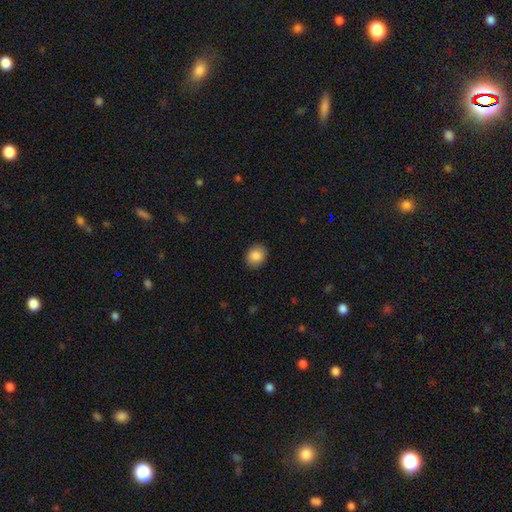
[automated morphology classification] The model was most divided on "how rounded": round: 59%, in between: 40%, cigar-shaped: 1%. More confident: merging — none (89%); smooth or featured — smooth (86%).